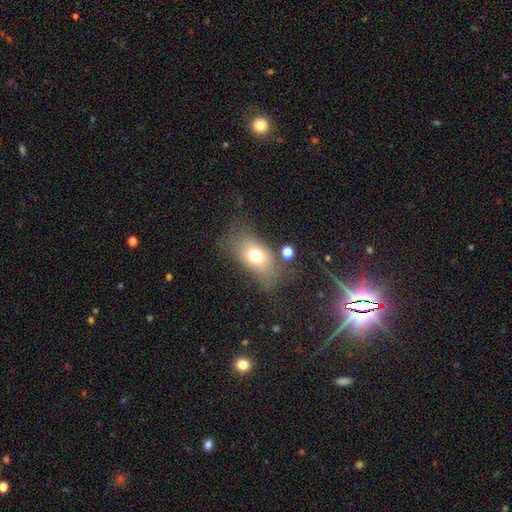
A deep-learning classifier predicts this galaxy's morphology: type=smooth (69%); roundness=in between (79%); merging=none (54%).